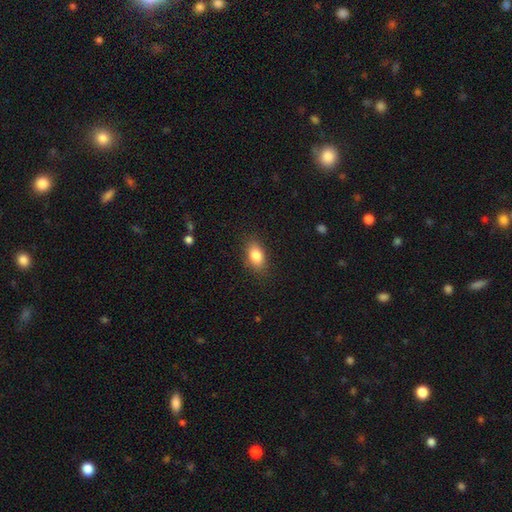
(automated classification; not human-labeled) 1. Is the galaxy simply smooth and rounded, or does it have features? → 84% smooth, 8% star or artifact, 8% featured or disk.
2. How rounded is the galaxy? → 87% in between, 10% round, 3% cigar-shaped.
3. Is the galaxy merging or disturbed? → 85% none, 11% minor disturbance, 3% major disturbance, 1% merger.